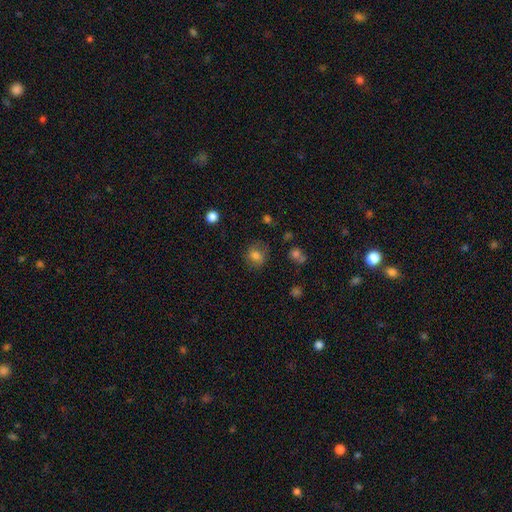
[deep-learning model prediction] Smooth or featured: smooth — 77% (star or artifact — 12%)
How rounded: round — 71% (in between — 28%)
Merging: none — 76% (minor disturbance — 16%)